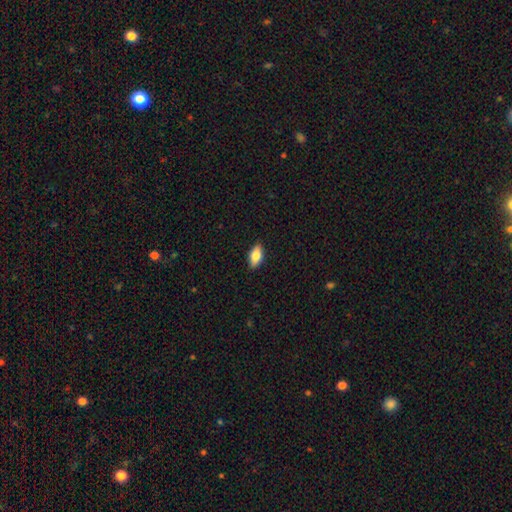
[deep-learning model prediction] smooth 77%, featured or disk 16%, star or artifact 7%. Down the decision tree: how rounded — in between (88%); merging — none (88%).